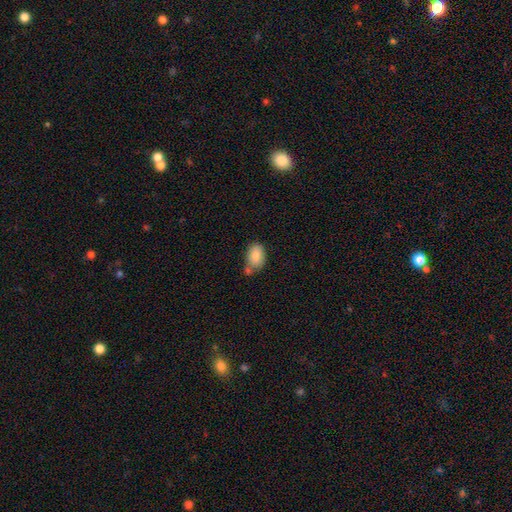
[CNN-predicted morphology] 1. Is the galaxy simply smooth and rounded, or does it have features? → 84% smooth, 9% featured or disk, 7% star or artifact.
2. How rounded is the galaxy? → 87% in between, 11% round, 1% cigar-shaped.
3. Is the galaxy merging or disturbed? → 52% none, 23% merger, 20% minor disturbance, 5% major disturbance.